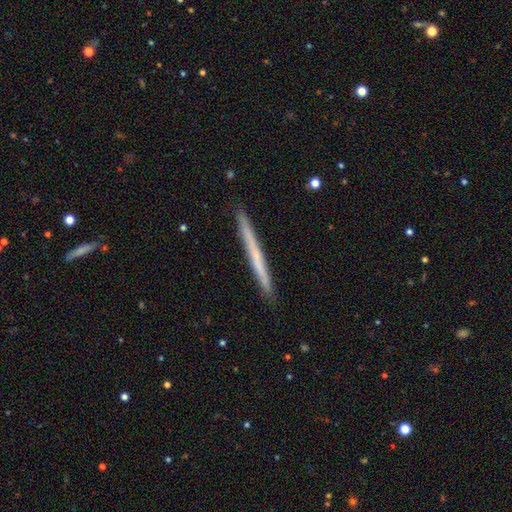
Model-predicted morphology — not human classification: Smooth or featured? smooth (49%)
Merging? none (92%)